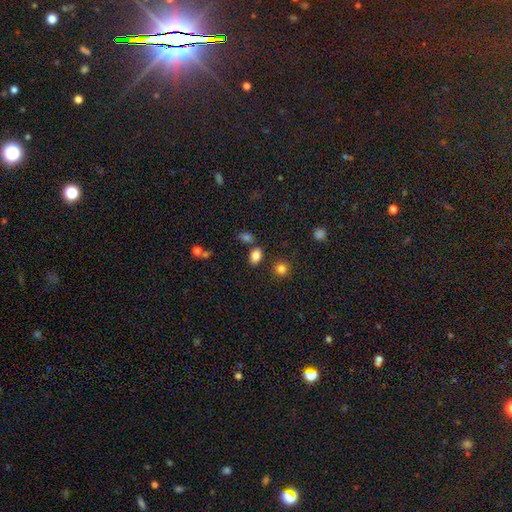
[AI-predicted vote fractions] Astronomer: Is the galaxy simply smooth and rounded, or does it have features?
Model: smooth — 83%.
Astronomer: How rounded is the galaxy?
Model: in between — 83%.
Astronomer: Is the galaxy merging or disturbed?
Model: none — 74%.